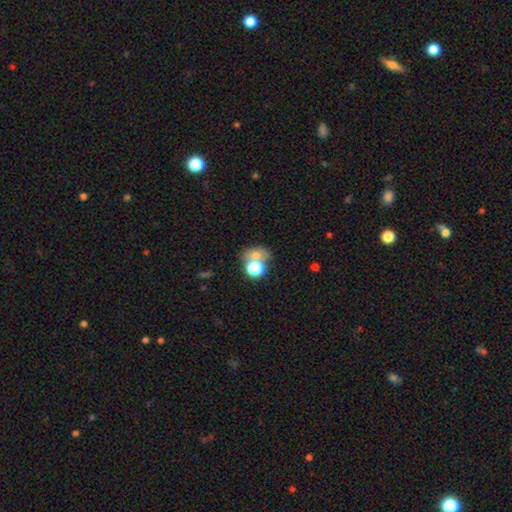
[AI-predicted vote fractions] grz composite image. It shows a smooth galaxy with no disk features (63%) that is round (55%). Merging: none (43%).